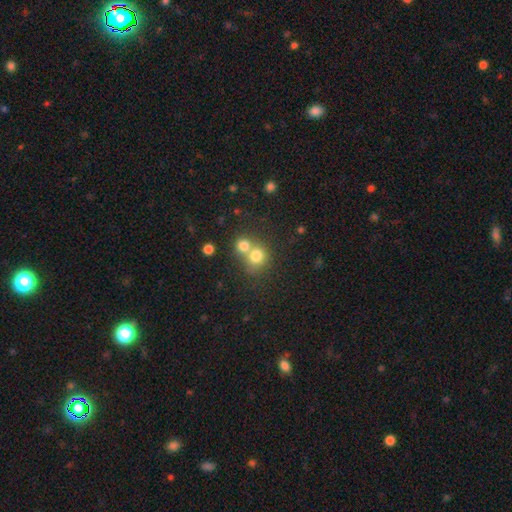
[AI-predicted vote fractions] Smooth or featured? Predicted: smooth (p=0.76). How rounded? Predicted: round (p=0.80). Merging? Predicted: merger (p=0.55).